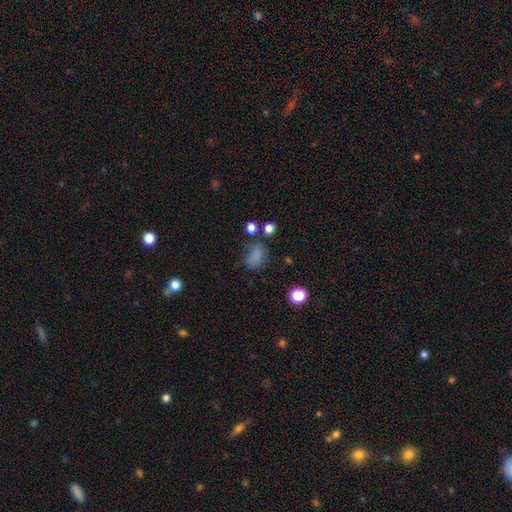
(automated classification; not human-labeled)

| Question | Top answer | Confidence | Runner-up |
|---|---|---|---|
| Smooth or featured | smooth | 76% | star or artifact (15%) |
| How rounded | in between | 67% | round (32%) |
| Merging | none | 55% | minor disturbance (24%) |